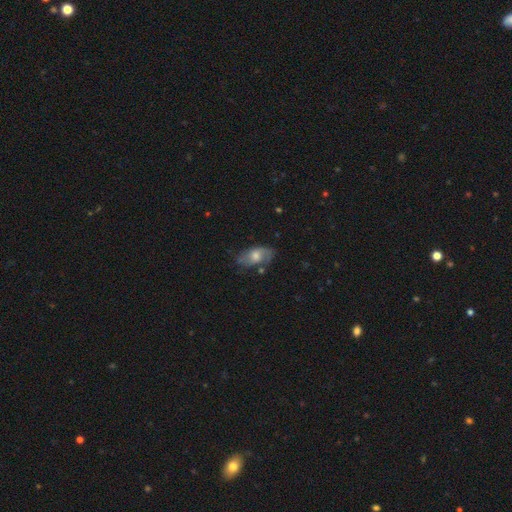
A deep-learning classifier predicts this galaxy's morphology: Overall: smooth (53%; featured or disk 40%). How rounded: in between (89%). Merging: none (62%; minor disturbance 25%).